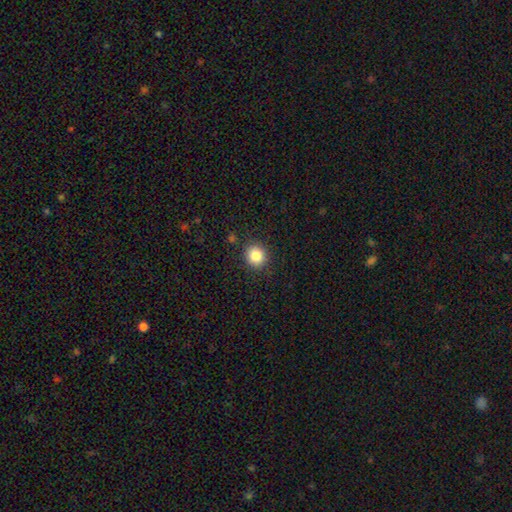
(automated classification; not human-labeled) smooth-or-featured: smooth: 83% | star or artifact: 11% | featured or disk: 5%
  how-rounded: round: 89% | in between: 10% | cigar-shaped: 1%
  merging: none: 89% | minor disturbance: 7% | major disturbance: 2% | merger: 1%